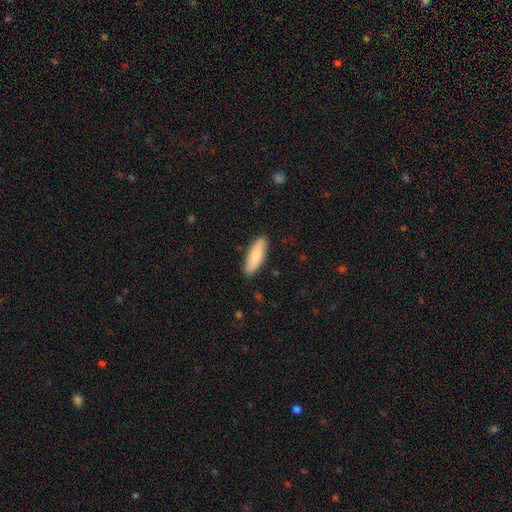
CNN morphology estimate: This is likely a smooth galaxy (80%). How rounded: possibly cigar-shaped (50%). Merging: clearly none (88%).